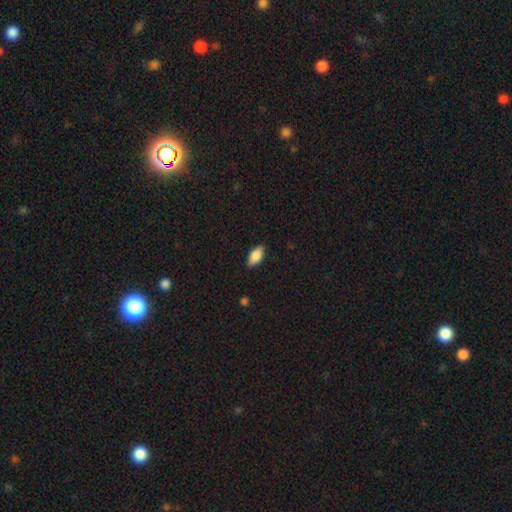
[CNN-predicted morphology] A smooth galaxy with no disk features (84%) that is in between round and cigar-shaped (90%). Merging: none (85%).